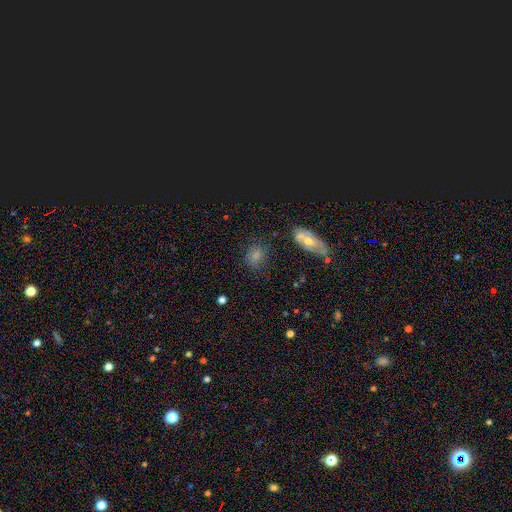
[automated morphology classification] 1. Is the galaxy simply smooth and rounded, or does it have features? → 76% smooth, 12% star or artifact, 12% featured or disk.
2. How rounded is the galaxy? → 53% in between, 45% round, 2% cigar-shaped.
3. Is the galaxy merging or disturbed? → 74% none, 15% minor disturbance, 5% major disturbance, 5% merger.